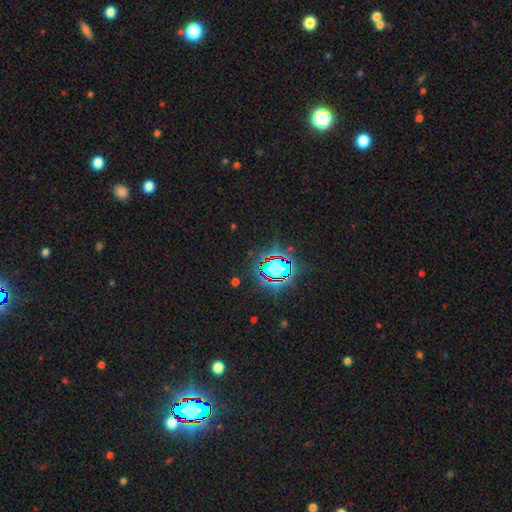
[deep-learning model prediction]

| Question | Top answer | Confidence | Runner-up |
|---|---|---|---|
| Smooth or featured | star or artifact | 83% | smooth (10%) |